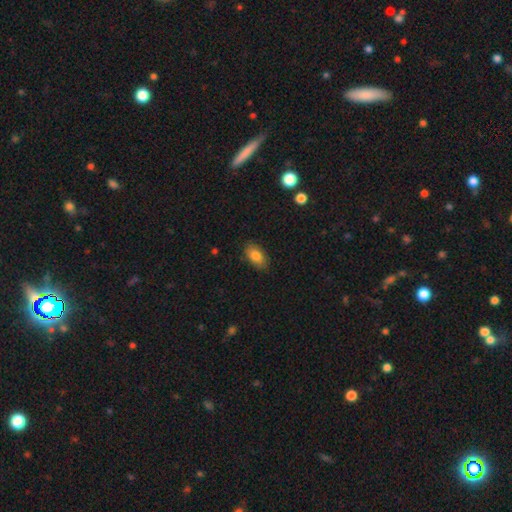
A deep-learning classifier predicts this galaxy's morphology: The model was most divided on "merging": none: 83%, minor disturbance: 13%, major disturbance: 3%, merger: 1%. More confident: how rounded — in between (91%); smooth or featured — smooth (83%).